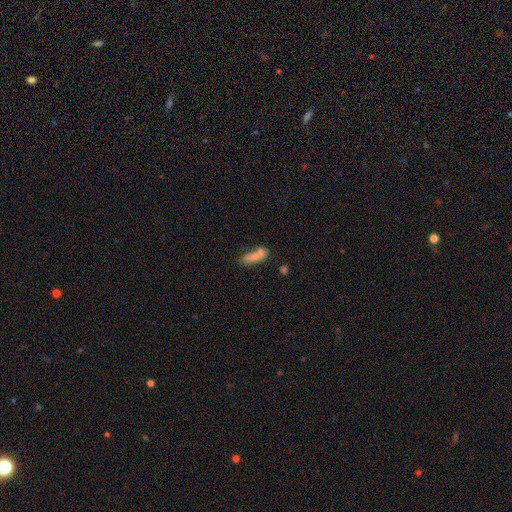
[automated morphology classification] Smooth or featured?
  - smooth: 72% *
  - featured or disk: 18%
  - star or artifact: 10%
How rounded?
  - in between: 65% *
  - cigar-shaped: 30%
  - round: 5%
Merging?
  - none: 41% *
  - merger: 36%
  - minor disturbance: 16%
  - major disturbance: 8%